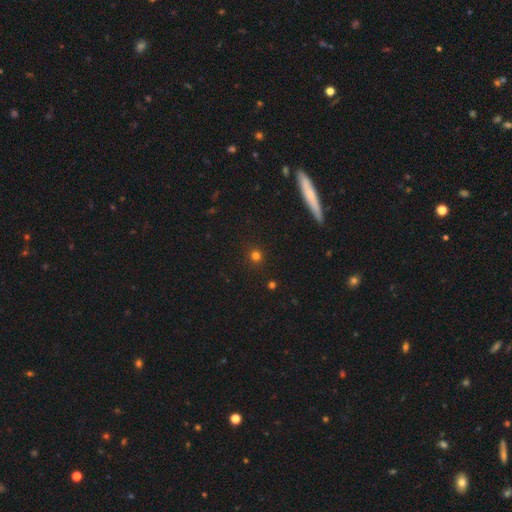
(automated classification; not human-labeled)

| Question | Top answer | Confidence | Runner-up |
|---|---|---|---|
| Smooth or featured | smooth | 77% | star or artifact (17%) |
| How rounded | round | 92% | in between (7%) |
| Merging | none | 91% | minor disturbance (6%) |